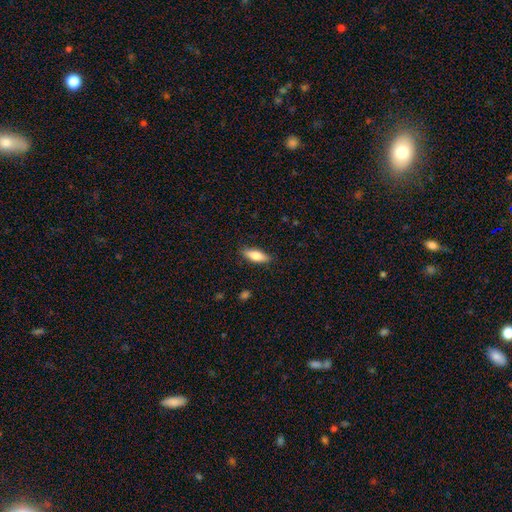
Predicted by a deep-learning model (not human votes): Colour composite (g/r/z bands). It shows a smooth galaxy with no disk features (77%) that is in between round and cigar-shaped (62%). Merging: none (86%).